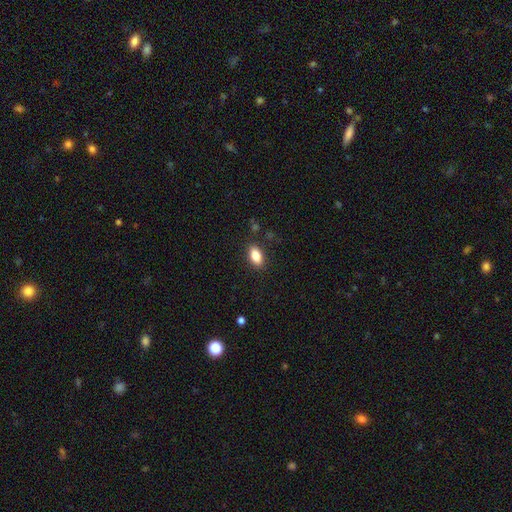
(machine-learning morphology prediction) This appears to be a smooth galaxy with no disk features (83%) that is in between round and cigar-shaped (89%). Merging: none (86%).